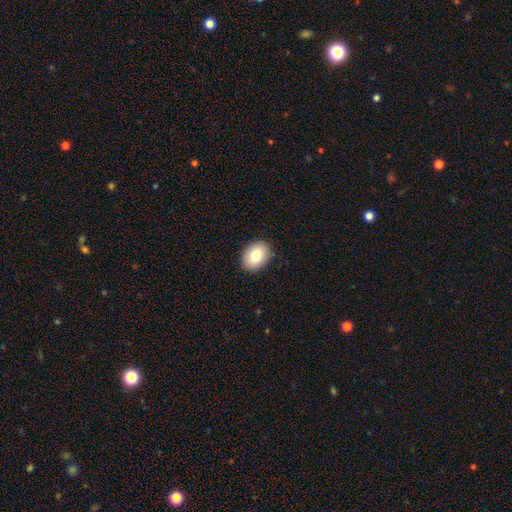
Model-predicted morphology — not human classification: Overall: smooth (82%). How rounded: in between (73%). Merging: none (90%).